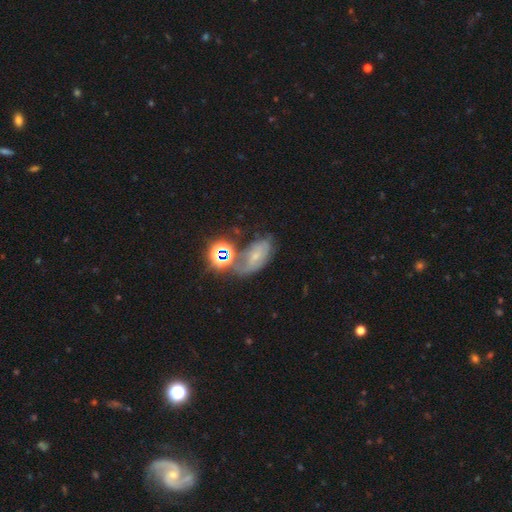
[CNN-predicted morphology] Smooth or featured?
  - featured or disk: 41% *
  - smooth: 31%
  - star or artifact: 29%
Merging?
  - none: 41% *
  - minor disturbance: 25%
  - major disturbance: 19%
  - merger: 15%